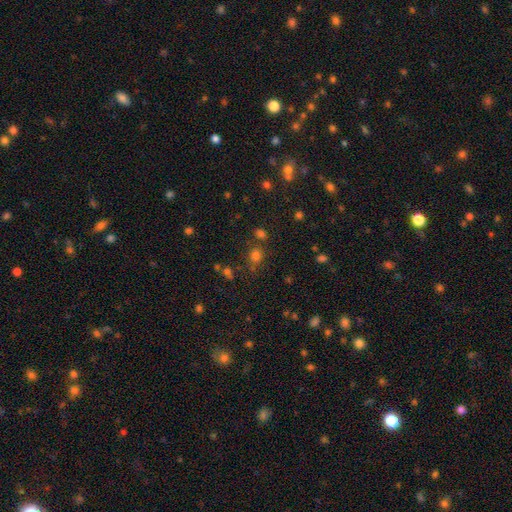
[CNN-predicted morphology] Smooth or featured? smooth (70%)
How rounded? round (72%)
Merging? none (72%)